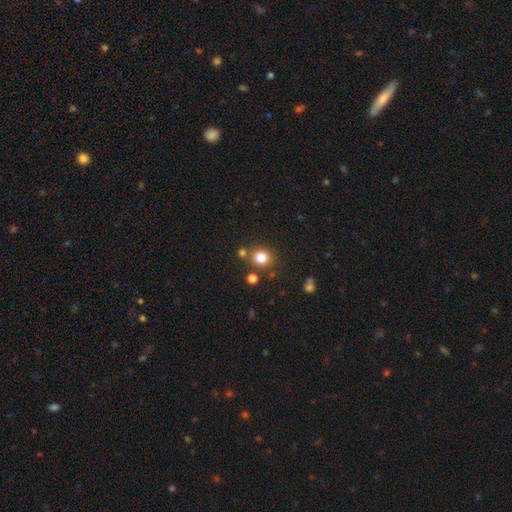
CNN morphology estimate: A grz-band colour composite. It shows a smooth galaxy with no disk features (65%) that is round (91%). Merging: none (79%).